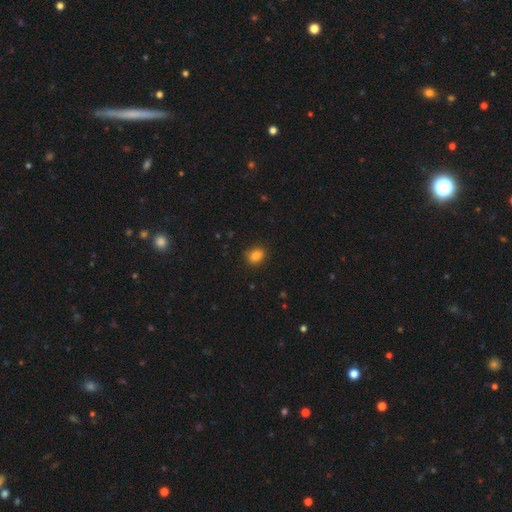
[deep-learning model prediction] Morphology: type=smooth (84%); roundness=in between (52%); merging=none (84%).